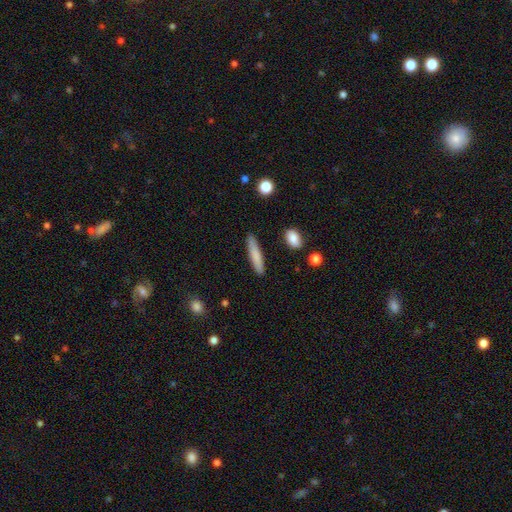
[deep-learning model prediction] Smooth or featured: smooth — 80% (featured or disk — 14%)
How rounded: cigar-shaped — 87% (in between — 11%)
Merging: none — 88% (minor disturbance — 8%)